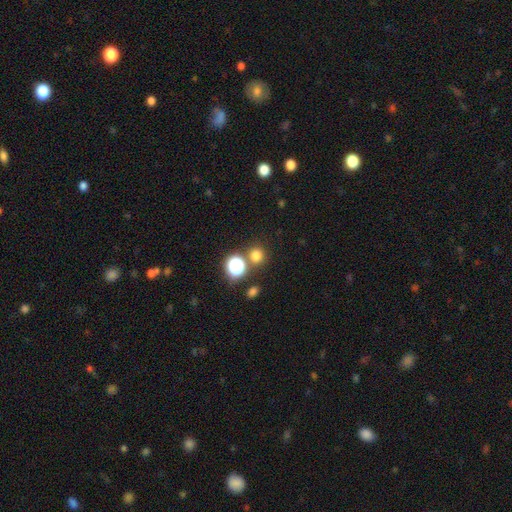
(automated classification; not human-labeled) A smooth galaxy with no disk features (73%) that is round (89%).

Vote fractions:
- Smooth or featured? smooth: 73% / star or artifact: 21% / featured or disk: 6%
- How rounded? round: 89% / in between: 10% / cigar-shaped: 1%
- Merging? none: 78% / merger: 11% / minor disturbance: 7% / major disturbance: 3%